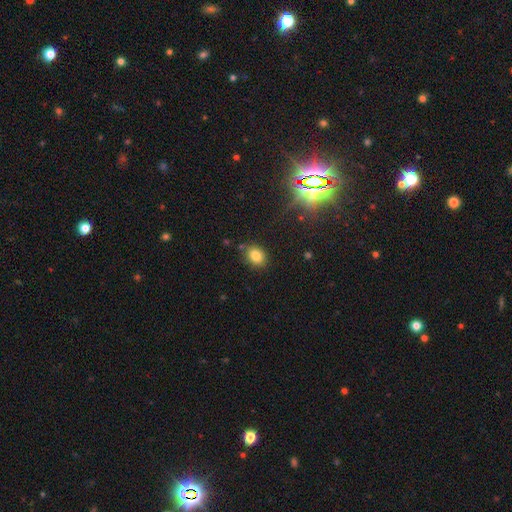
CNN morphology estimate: smooth-or-featured: smooth: 81% | star or artifact: 12% | featured or disk: 7%
  how-rounded: in between: 61% | round: 38% | cigar-shaped: 1%
  merging: none: 78% | minor disturbance: 14% | merger: 4% | major disturbance: 3%